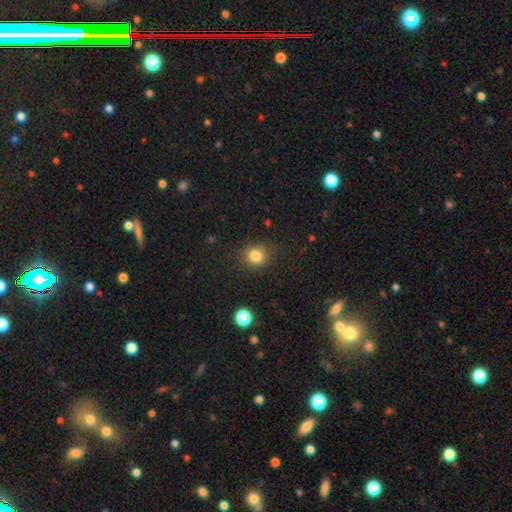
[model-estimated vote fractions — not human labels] The model was most divided on "how rounded": round: 82%, in between: 17%, cigar-shaped: 1%. More confident: merging — none (84%); smooth or featured — smooth (83%).